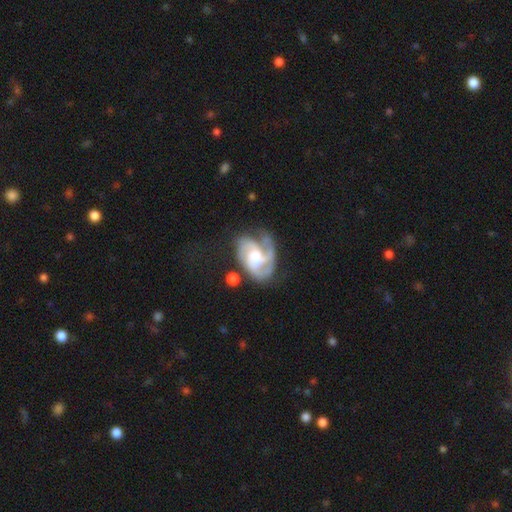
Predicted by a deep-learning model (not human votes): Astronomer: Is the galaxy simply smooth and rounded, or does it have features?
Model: featured or disk — 83%.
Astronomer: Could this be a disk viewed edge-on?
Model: no — 98%.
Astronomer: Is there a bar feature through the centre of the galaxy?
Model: no — 51% (runner-up: weak, 39%).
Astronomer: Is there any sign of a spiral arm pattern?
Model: yes — 95%.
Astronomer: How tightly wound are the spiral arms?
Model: medium — 45% (runner-up: tight, 41%).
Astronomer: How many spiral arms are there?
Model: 3 — 45% (runner-up: 2, 23%).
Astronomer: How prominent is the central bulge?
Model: moderate — 50% (runner-up: large, 29%).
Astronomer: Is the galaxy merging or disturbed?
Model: none — 48% (runner-up: minor disturbance, 24%).